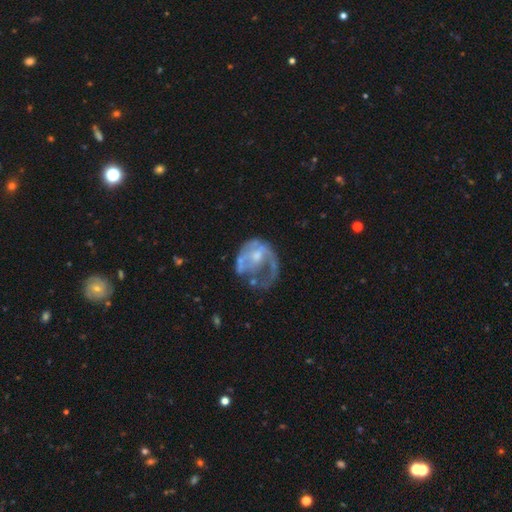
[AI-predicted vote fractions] Q: Smooth or featured?
A: featured or disk (73%); runner-up: smooth (20%)
Q: Edge-on disk?
A: no (98%); runner-up: yes (2%)
Q: Bar?
A: no (66%); runner-up: weak (28%)
Q: Spiral arms?
A: yes (59%); runner-up: no (41%)
Q: Bulge size?
A: moderate (43%); runner-up: small (36%)
Q: Merging?
A: major disturbance (43%); runner-up: none (31%)